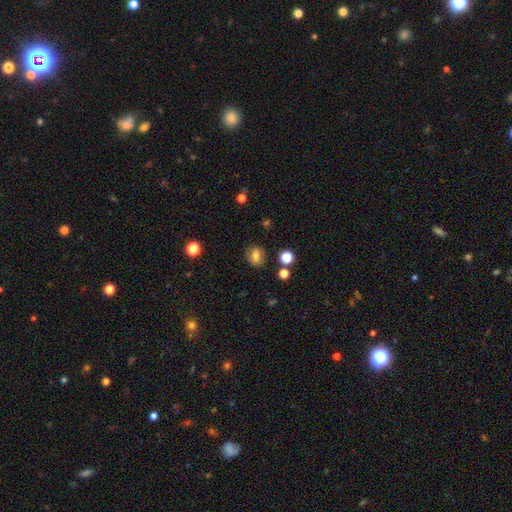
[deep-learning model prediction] smooth 72%, featured or disk 15%, star or artifact 12%. Down the decision tree: how rounded — round (58%); merging — none (82%).